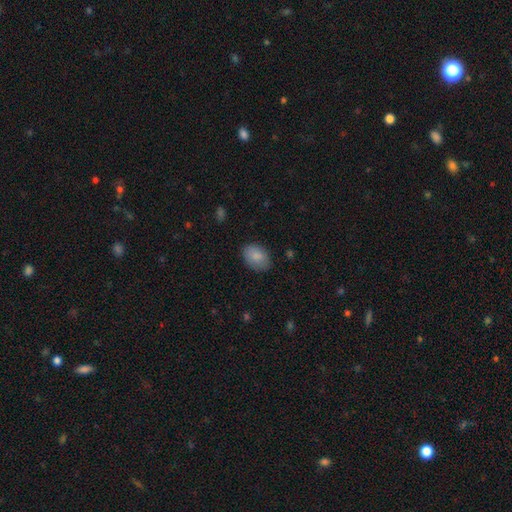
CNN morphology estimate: Smooth or featured? Predicted: smooth (p=0.86). How rounded? Predicted: in between (p=0.81). Merging? Predicted: none (p=0.82).